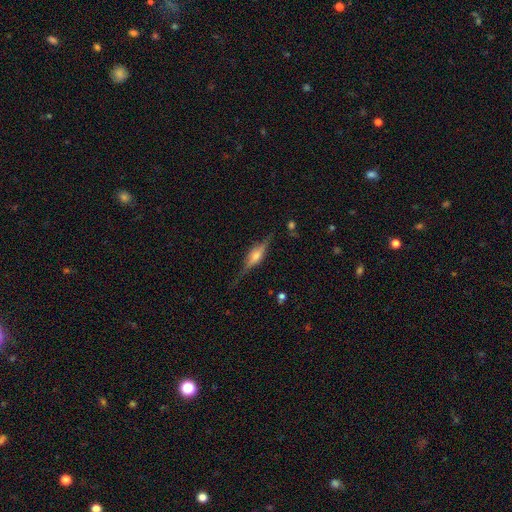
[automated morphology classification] This appears to be a featured or disk galaxy (77%) viewed edge-on (97%) with a rounded central bulge (84%). Merging: none (81%).